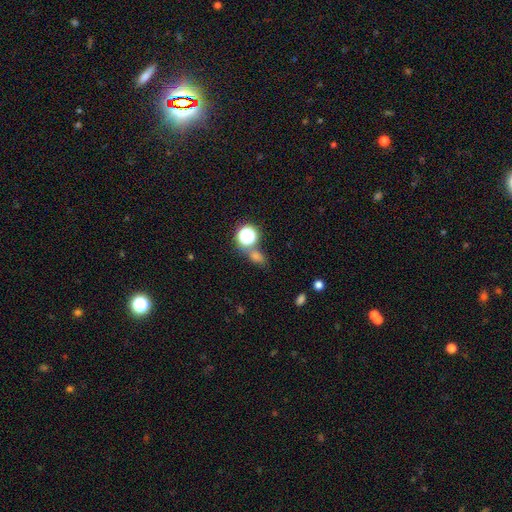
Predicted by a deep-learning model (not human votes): Overall: smooth (50%; star or artifact 42%). Merging: none (64%).